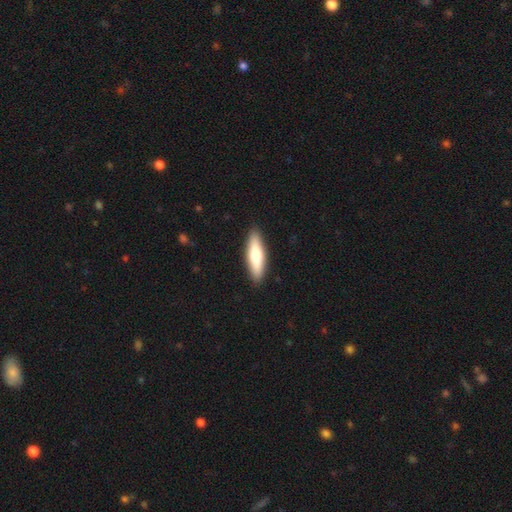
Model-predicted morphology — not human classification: A smooth galaxy with no disk features (70%) that is cigar-shaped (64%).

Vote fractions:
- Smooth or featured? smooth: 70% / featured or disk: 25% / star or artifact: 5%
- How rounded? cigar-shaped: 64% / in between: 35% / round: 2%
- Merging? none: 90% / minor disturbance: 7% / major disturbance: 2% / merger: 1%